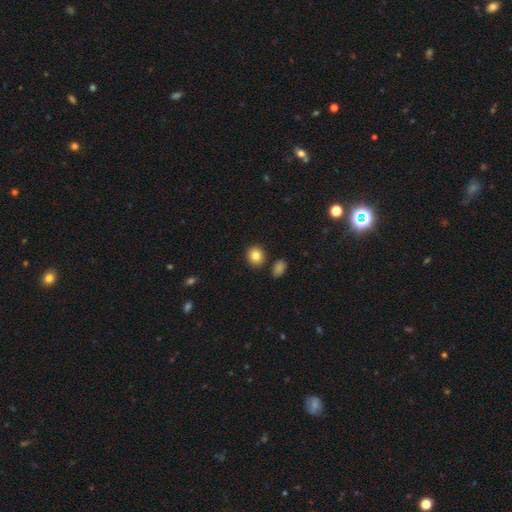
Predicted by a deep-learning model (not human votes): Q: Smooth or featured?
A: smooth (83%); runner-up: star or artifact (9%)
Q: How rounded?
A: round (78%); runner-up: in between (21%)
Q: Merging?
A: none (86%); runner-up: minor disturbance (8%)